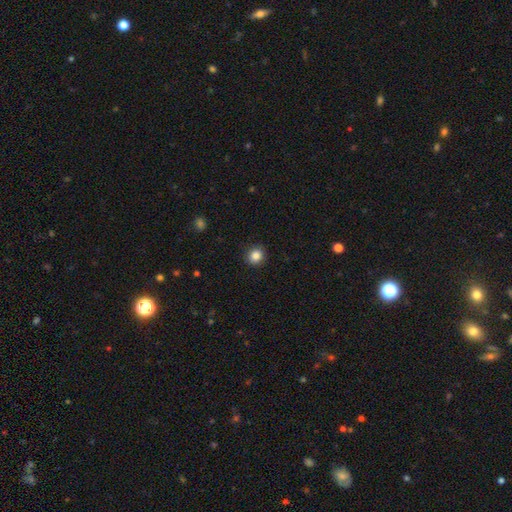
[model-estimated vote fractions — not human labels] The model was most divided on "how rounded": round: 87%, in between: 12%, cigar-shaped: 1%. More confident: merging — none (91%); smooth or featured — smooth (86%).